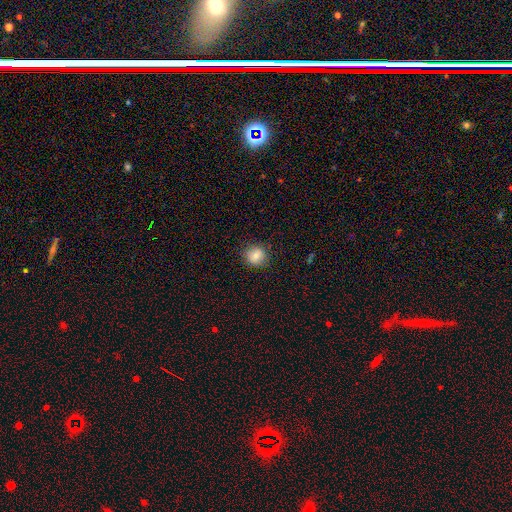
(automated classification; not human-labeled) This appears to be a smooth galaxy with no disk features (82%) that is round (85%). Merging: none (86%).